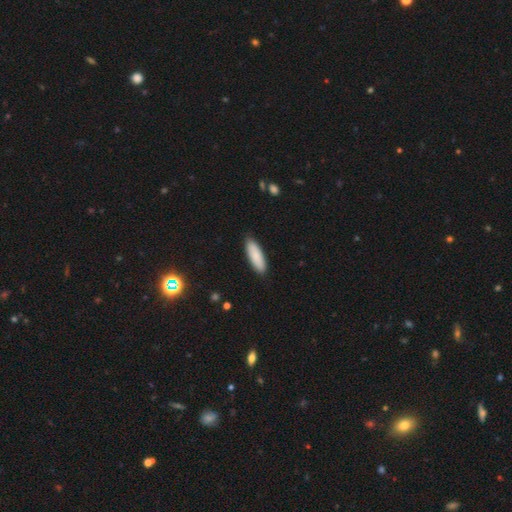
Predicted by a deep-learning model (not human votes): A smooth galaxy with no disk features (88%) that is in between round and cigar-shaped (53%). Merging: none (89%).